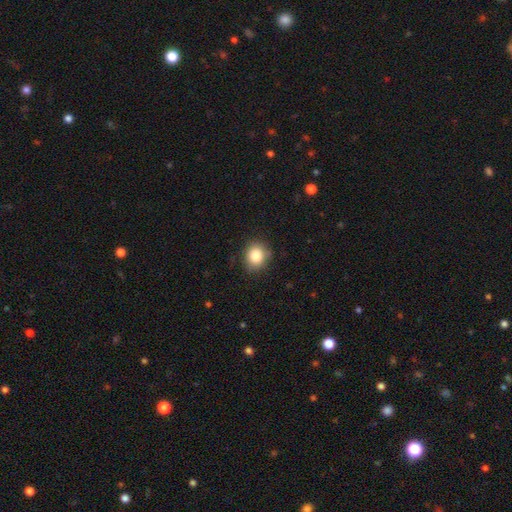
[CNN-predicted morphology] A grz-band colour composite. It shows a smooth galaxy with no disk features (84%) that is round (77%). Merging: none (84%).